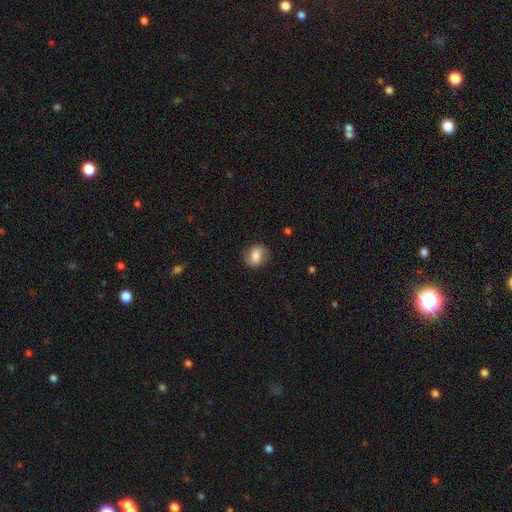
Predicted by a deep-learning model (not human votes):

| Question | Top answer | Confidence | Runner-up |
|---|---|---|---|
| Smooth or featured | smooth | 74% | featured or disk (18%) |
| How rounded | in between | 55% | round (43%) |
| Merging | none | 80% | minor disturbance (14%) |